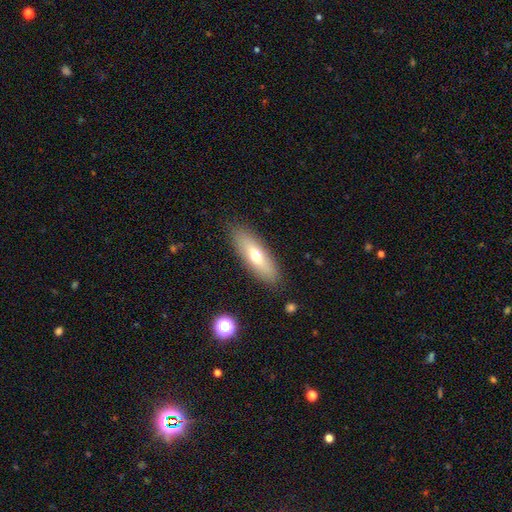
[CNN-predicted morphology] This is likely a smooth galaxy (61%). How rounded: possibly cigar-shaped (50%). Merging: clearly none (87%).